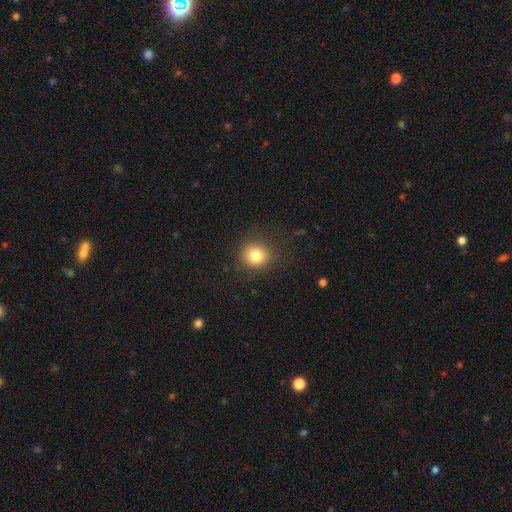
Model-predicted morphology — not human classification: Smooth or featured? Predicted: smooth (p=0.82). How rounded? Predicted: round (p=0.87). Merging? Predicted: none (p=0.86).